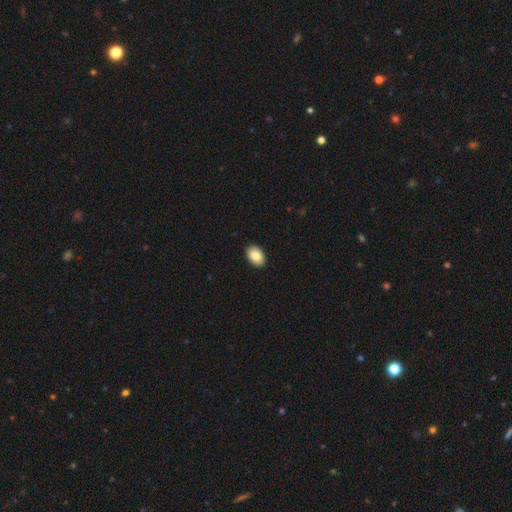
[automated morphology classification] Smooth or featured? smooth (86%)
How rounded? in between (89%)
Merging? none (92%)